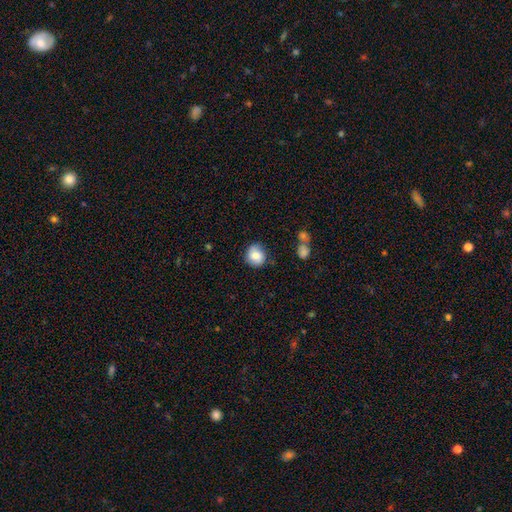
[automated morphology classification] A smooth galaxy with no disk features (79%) that is round (79%).

Vote fractions:
- Smooth or featured? smooth: 79% / featured or disk: 13% / star or artifact: 8%
- How rounded? round: 79% / in between: 20% / cigar-shaped: 1%
- Merging? none: 77% / minor disturbance: 17% / major disturbance: 4% / merger: 3%